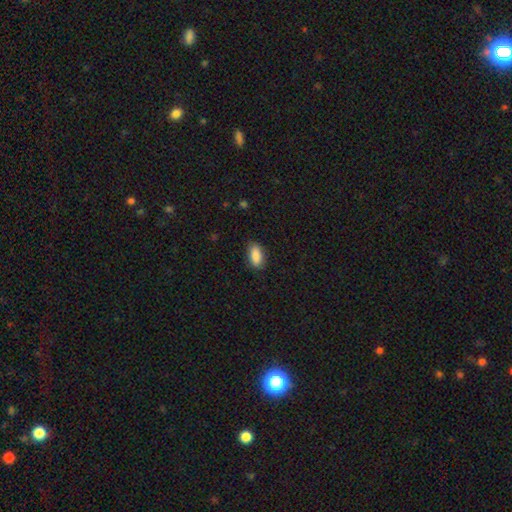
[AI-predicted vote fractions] Morphology: type=smooth (89%); roundness=in between (90%); merging=none (85%).